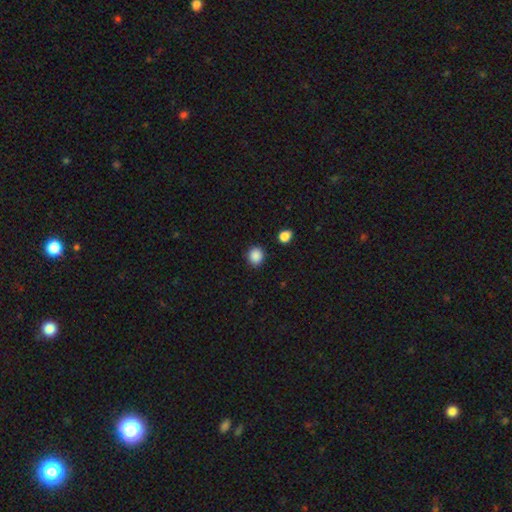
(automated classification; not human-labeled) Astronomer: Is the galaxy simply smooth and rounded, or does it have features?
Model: smooth — 88%.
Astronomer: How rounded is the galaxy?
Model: round — 83%.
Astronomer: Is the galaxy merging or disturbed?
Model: none — 89%.